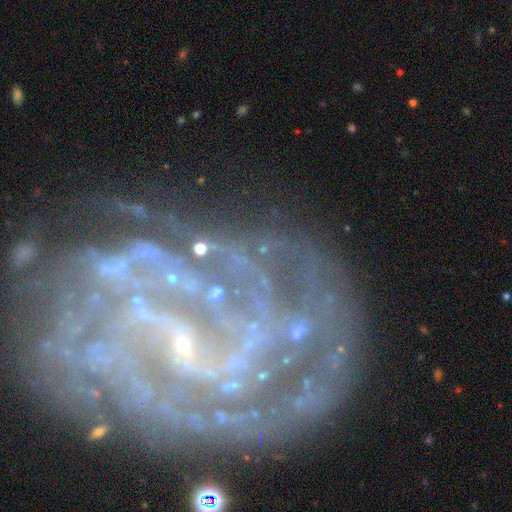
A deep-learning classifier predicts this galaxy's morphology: A featured or disk galaxy (90%) with a weak bar (41%), 2 (24%) tight (49%) spiral arms (95%) and a small central bulge (76%). Merging: none (65%).